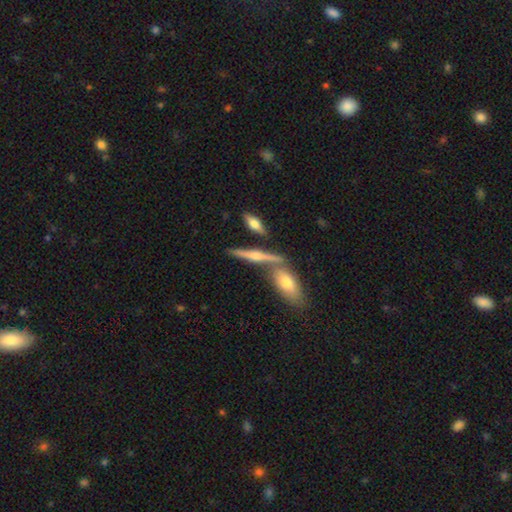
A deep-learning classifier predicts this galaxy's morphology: Smooth or featured: featured or disk — 61% (smooth — 31%)
Edge-on disk: yes — 94% (no — 6%)
Edge-on bulge: rounded — 82% (boxy — 10%)
Merging: none — 69% (merger — 18%)